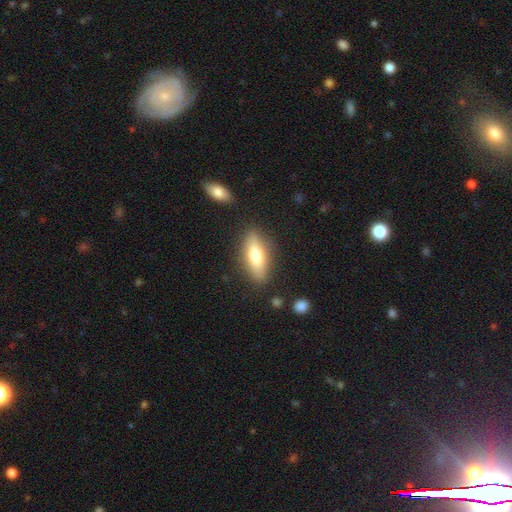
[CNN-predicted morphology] A smooth galaxy with no disk features (65%) that is in between round and cigar-shaped (62%). Merging: none (83%).